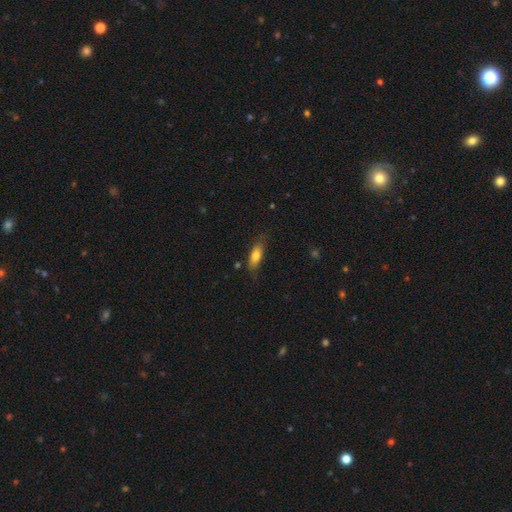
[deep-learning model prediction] Smooth or featured: smooth — 74% (featured or disk — 19%)
How rounded: in between — 61% (cigar-shaped — 37%)
Merging: none — 72% (minor disturbance — 21%)